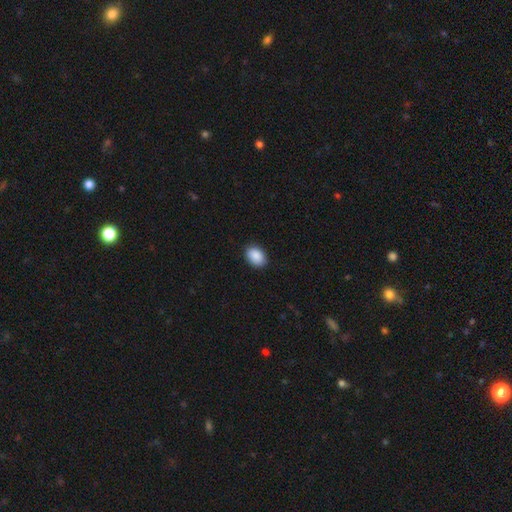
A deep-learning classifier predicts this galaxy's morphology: Smooth or featured?
  - smooth: 90% *
  - star or artifact: 7%
  - featured or disk: 3%
How rounded?
  - in between: 83% *
  - round: 16%
  - cigar-shaped: 1%
Merging?
  - none: 89% *
  - minor disturbance: 9%
  - major disturbance: 2%
  - merger: 1%